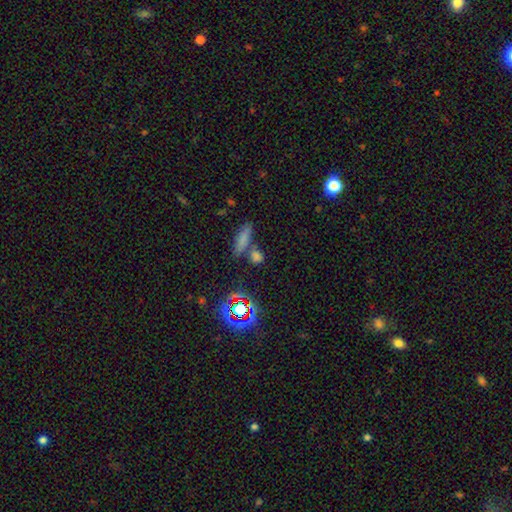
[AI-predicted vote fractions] Smooth or featured?
  - smooth: 66% *
  - star or artifact: 24%
  - featured or disk: 10%
How rounded?
  - cigar-shaped: 47% *
  - in between: 34%
  - round: 19%
Merging?
  - none: 62% *
  - merger: 24%
  - minor disturbance: 10%
  - major disturbance: 4%